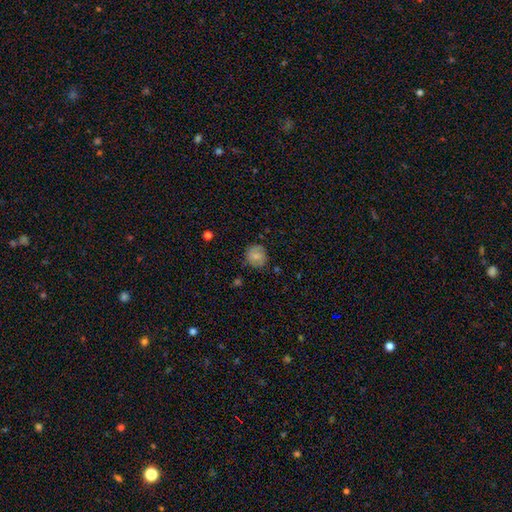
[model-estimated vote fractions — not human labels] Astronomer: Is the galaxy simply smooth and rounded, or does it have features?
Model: smooth — 71%.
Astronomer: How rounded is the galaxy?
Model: round — 82%.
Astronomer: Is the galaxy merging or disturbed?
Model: none — 77%.